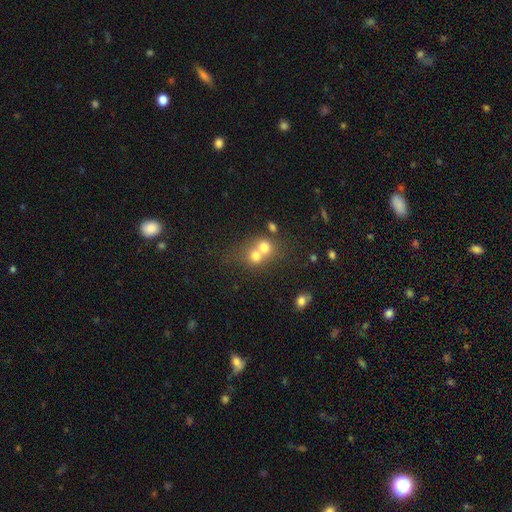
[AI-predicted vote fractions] Smooth or featured? Predicted: smooth (p=0.69). How rounded? Predicted: round (p=0.76). Merging? Predicted: merger (p=0.66).